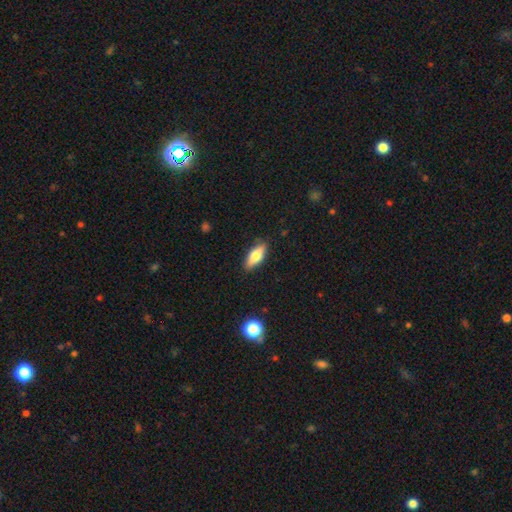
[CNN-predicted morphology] This appears to be a smooth galaxy with no disk features (68%) that is in between round and cigar-shaped (70%). Merging: none (86%).